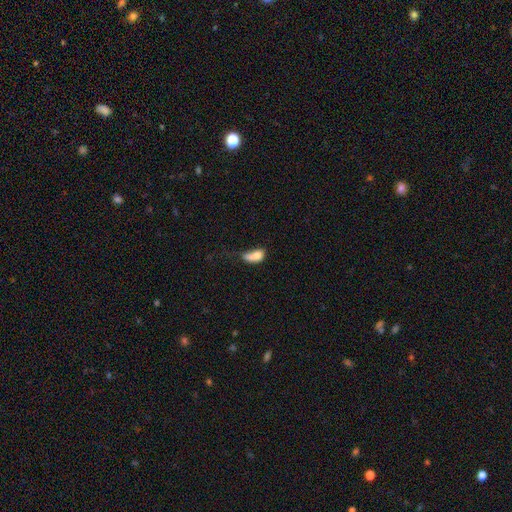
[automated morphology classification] smooth 72%, featured or disk 18%, star or artifact 9%. Down the decision tree: how rounded — in between (82%); merging — major disturbance (33%).